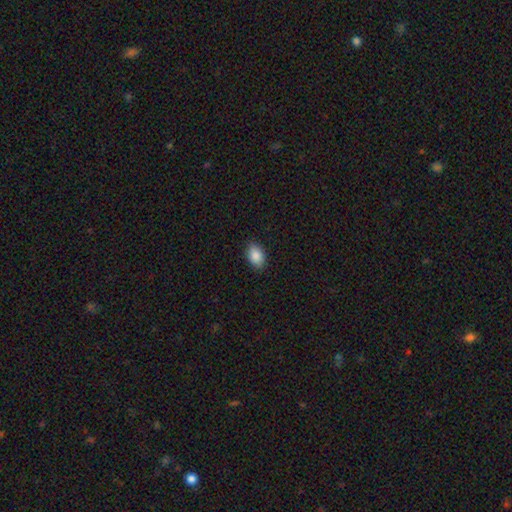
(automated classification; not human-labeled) The model was most divided on "how rounded": in between: 88%, round: 10%, cigar-shaped: 1%. More confident: smooth or featured — smooth (88%); merging — none (88%).